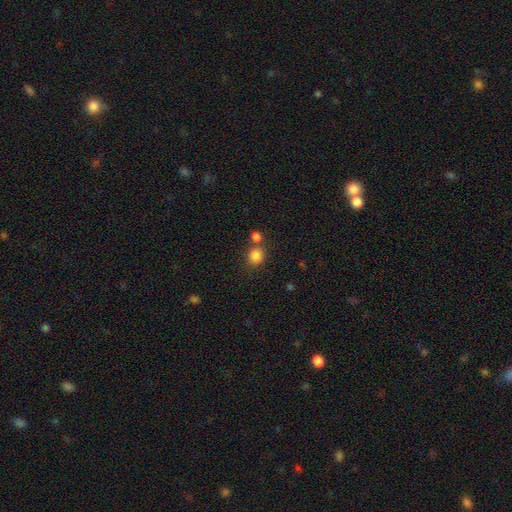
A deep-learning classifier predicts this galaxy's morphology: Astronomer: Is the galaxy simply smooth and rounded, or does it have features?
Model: smooth — 84%.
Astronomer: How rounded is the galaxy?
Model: round — 80%.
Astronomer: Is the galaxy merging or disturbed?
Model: none — 63%.